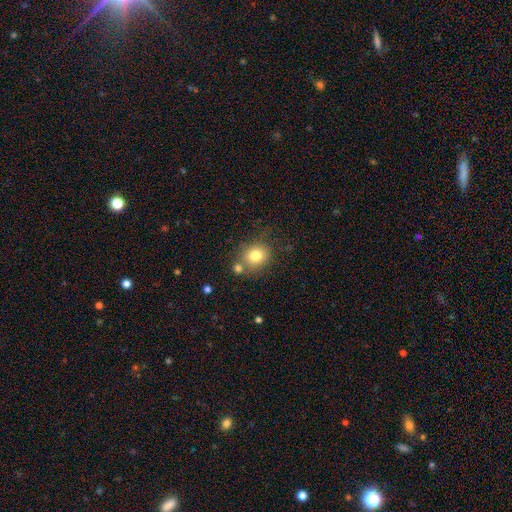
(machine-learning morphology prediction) Q: Smooth or featured?
A: smooth (78%); runner-up: featured or disk (11%)
Q: How rounded?
A: round (75%); runner-up: in between (25%)
Q: Merging?
A: none (66%); runner-up: merger (15%)